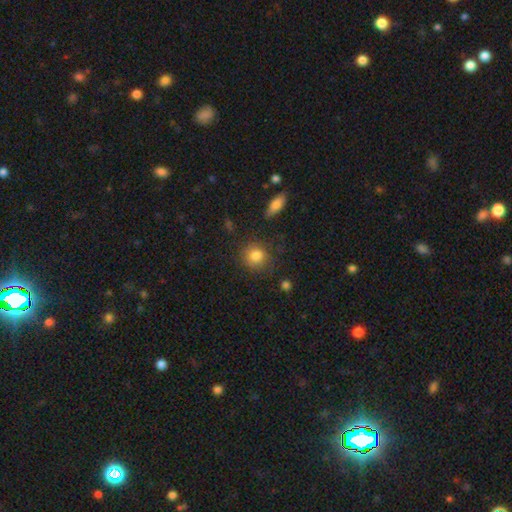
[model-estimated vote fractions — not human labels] A smooth galaxy with no disk features (84%) that is round (85%). Merging: none (80%).